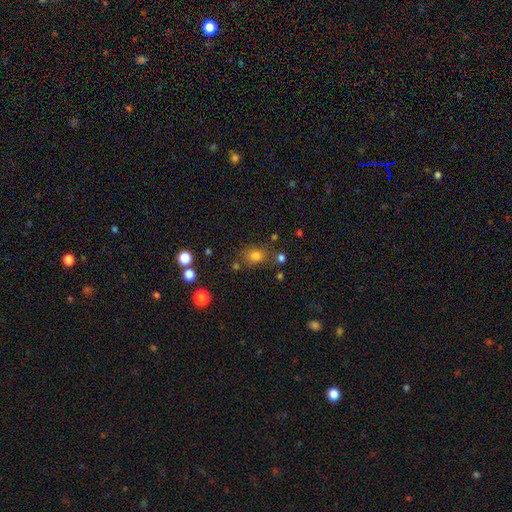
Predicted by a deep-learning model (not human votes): Q: Smooth or featured?
A: smooth (77%); runner-up: star or artifact (15%)
Q: How rounded?
A: round (56%); runner-up: in between (43%)
Q: Merging?
A: none (71%); runner-up: minor disturbance (15%)